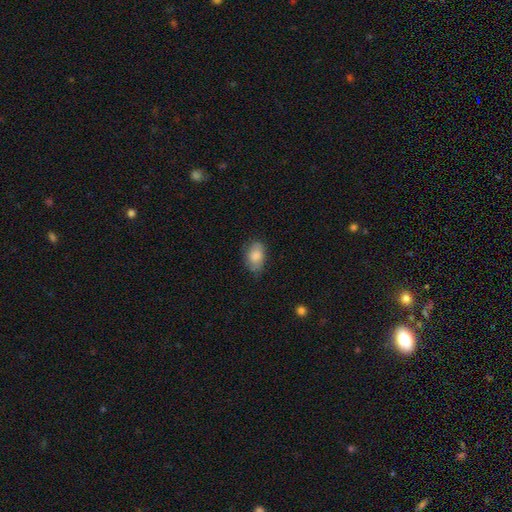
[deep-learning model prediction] This is clearly a smooth galaxy (83%). How rounded: clearly in between (88%). Merging: likely none (69%).